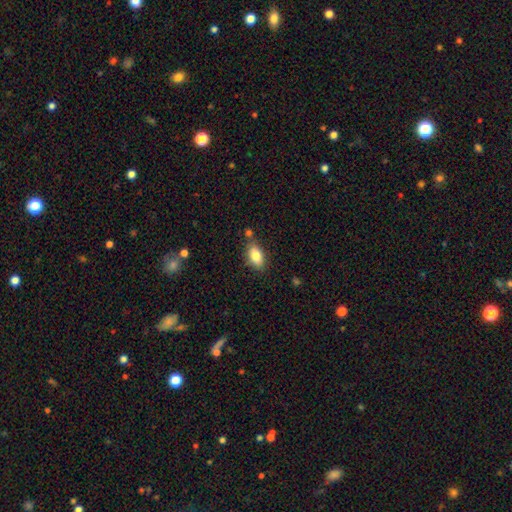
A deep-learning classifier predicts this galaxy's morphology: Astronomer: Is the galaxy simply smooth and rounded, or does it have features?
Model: smooth — 83%.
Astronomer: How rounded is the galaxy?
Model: in between — 89%.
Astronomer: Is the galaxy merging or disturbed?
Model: none — 76%.